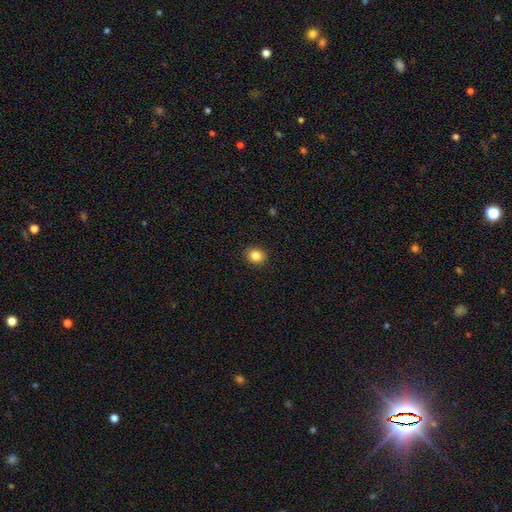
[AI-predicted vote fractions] Smooth or featured? smooth (84%)
How rounded? round (68%)
Merging? none (91%)